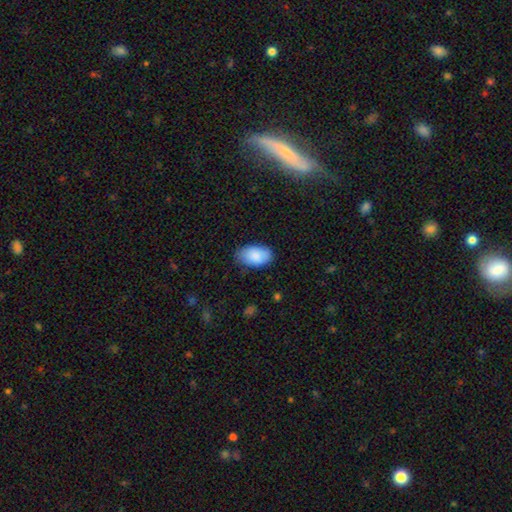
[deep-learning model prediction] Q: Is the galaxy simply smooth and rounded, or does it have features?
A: smooth — 86%.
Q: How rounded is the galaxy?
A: in between — 94%.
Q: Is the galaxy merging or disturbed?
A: none — 77%.